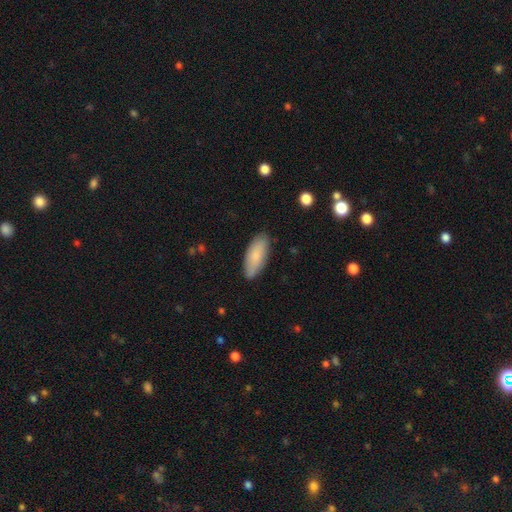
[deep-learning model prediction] Smooth or featured? Predicted: smooth (p=0.83). How rounded? Predicted: in between (p=0.77). Merging? Predicted: none (p=0.86).